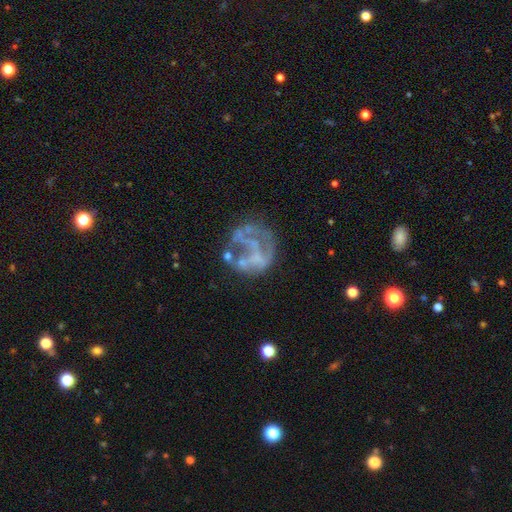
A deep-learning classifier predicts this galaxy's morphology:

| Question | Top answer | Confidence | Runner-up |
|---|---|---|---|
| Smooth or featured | featured or disk | 69% | smooth (19%) |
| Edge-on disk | no | 98% | yes (2%) |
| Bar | no | 79% | weak (14%) |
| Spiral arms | no | 76% | yes (24%) |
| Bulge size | none | 76% | small (12%) |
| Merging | none | 47% | major disturbance (29%) |